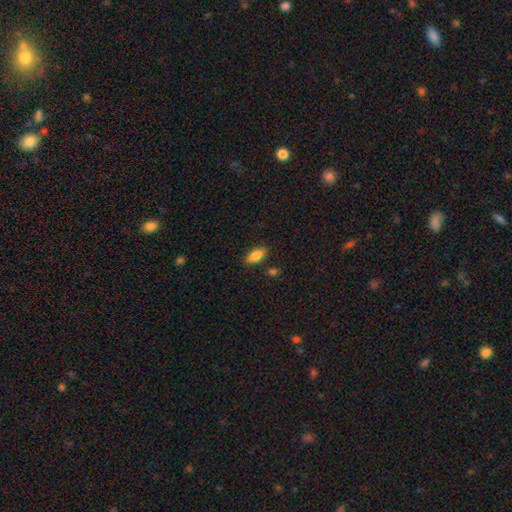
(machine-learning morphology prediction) smooth-or-featured: smooth: 82% | featured or disk: 10% | star or artifact: 7%
  how-rounded: in between: 86% | cigar-shaped: 11% | round: 3%
  merging: none: 85% | minor disturbance: 10% | merger: 3% | major disturbance: 2%